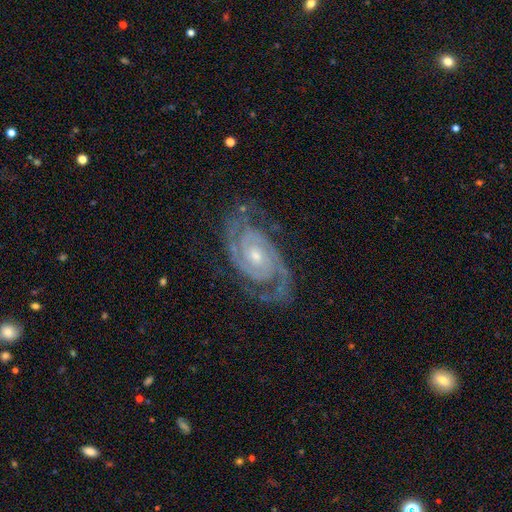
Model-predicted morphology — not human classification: smooth_or_featured: featured or disk (p=0.93) [alt: star or artifact p=0.04]
disk_edge_on: no (p=0.97) [alt: yes p=0.03]
bar: no (p=0.66) [alt: weak p=0.25]
has_spiral_arms: yes (p=0.99) [alt: no p=0.01]
spiral_winding: tight (p=0.68) [alt: medium p=0.29]
spiral_arm_count: 2 (p=0.87) [alt: 3 p=0.05]
bulge_size: small (p=0.58) [alt: moderate p=0.39]
merging: none (p=0.78) [alt: minor disturbance p=0.15]